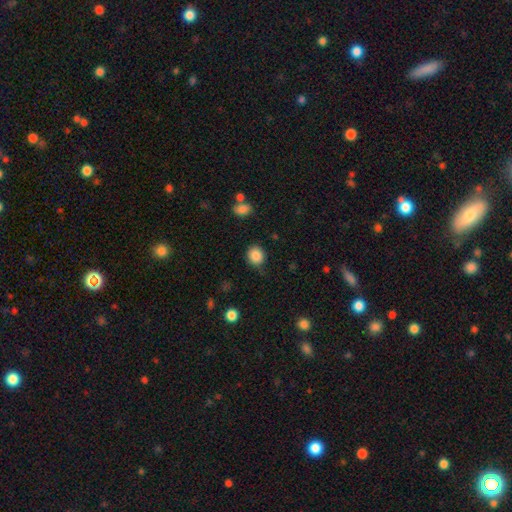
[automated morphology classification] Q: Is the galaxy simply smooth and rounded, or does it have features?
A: smooth — 86%.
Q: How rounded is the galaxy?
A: round — 81%.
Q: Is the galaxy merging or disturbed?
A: none — 79%.